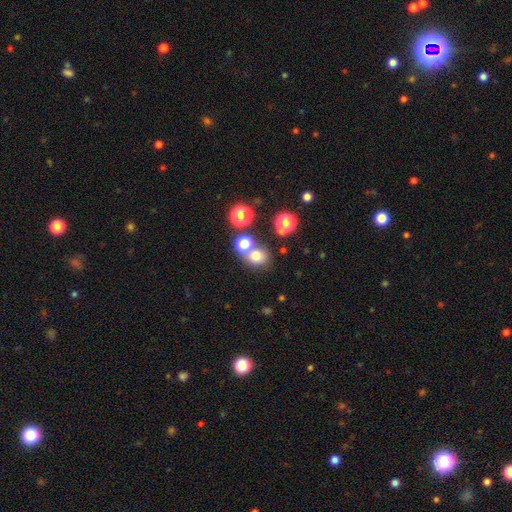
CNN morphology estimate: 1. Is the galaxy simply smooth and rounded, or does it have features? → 72% smooth, 18% star or artifact, 10% featured or disk.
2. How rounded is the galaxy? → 75% round, 24% in between, 1% cigar-shaped.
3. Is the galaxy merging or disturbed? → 57% none, 29% merger, 9% minor disturbance, 4% major disturbance.